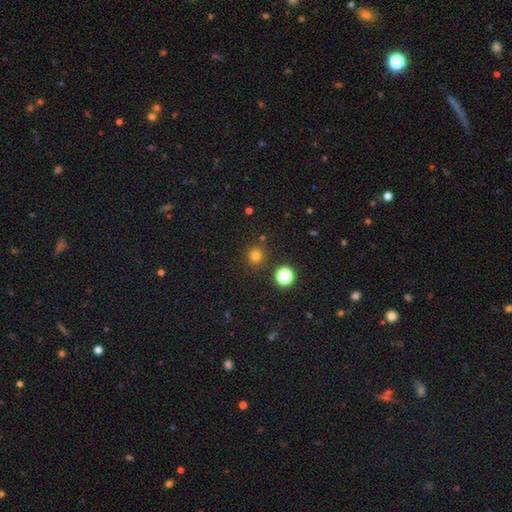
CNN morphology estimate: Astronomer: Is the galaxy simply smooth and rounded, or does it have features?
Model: smooth — 76%.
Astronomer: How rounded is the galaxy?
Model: round — 92%.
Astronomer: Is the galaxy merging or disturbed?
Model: none — 87%.